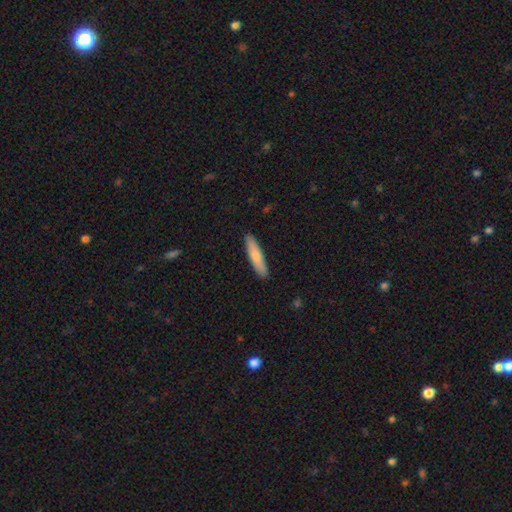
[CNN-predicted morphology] Smooth or featured?
  - smooth: 79% *
  - featured or disk: 16%
  - star or artifact: 5%
How rounded?
  - cigar-shaped: 85% *
  - in between: 14%
  - round: 1%
Merging?
  - none: 90% *
  - minor disturbance: 7%
  - major disturbance: 1%
  - merger: 1%